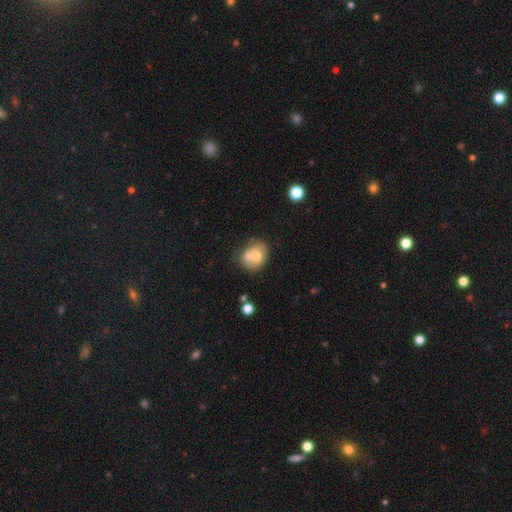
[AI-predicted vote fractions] Overall: smooth (65%; featured or disk 27%). How rounded: round (57%; in between 42%). Merging: none (40%, tied with merger).